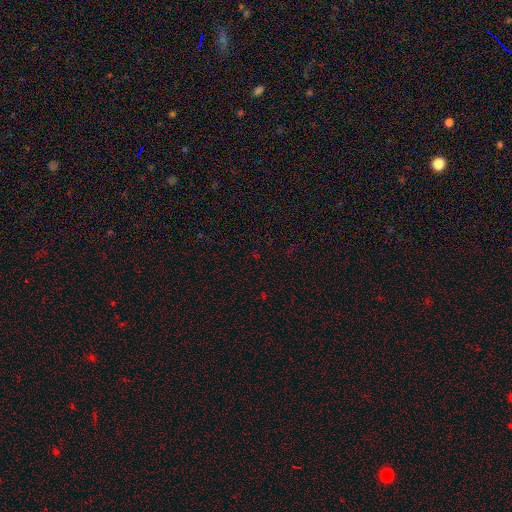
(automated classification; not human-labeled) Overall: star or artifact (71%).